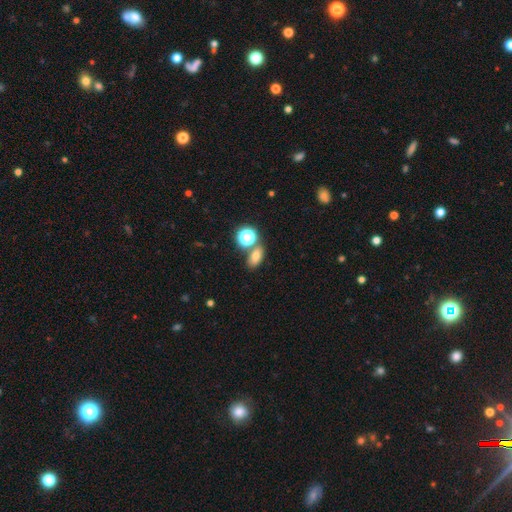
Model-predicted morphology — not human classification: A smooth galaxy with no disk features (72%) that is in between round and cigar-shaped (76%). Merging: none (68%).